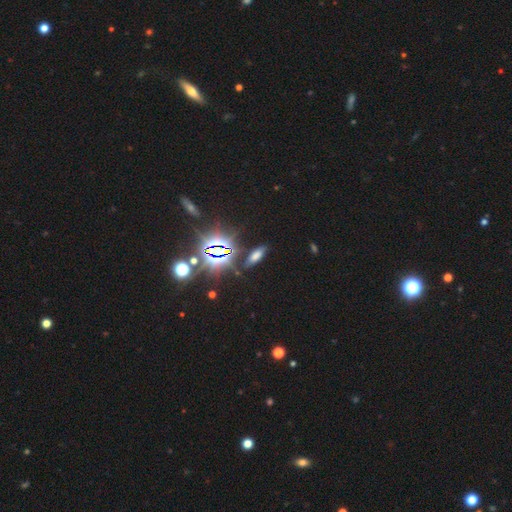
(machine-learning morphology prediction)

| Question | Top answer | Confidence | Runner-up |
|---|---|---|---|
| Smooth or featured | smooth | 50% | star or artifact (40%) |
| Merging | none | 82% | minor disturbance (10%) |